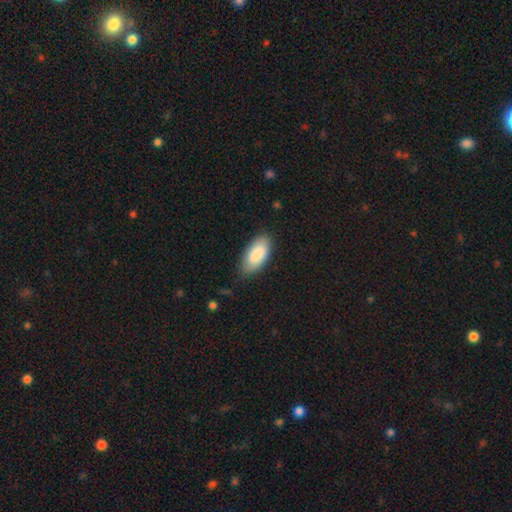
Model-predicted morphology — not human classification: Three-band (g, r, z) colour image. It shows a smooth galaxy with no disk features (85%) that is in between round and cigar-shaped (92%). Merging: none (80%).